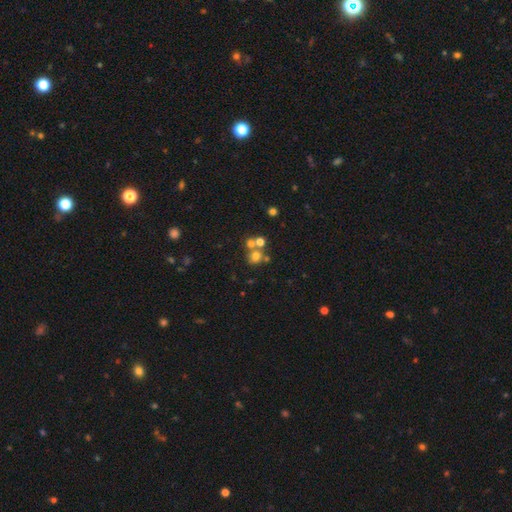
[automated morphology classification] A smooth galaxy with no disk features (62%) that is round (78%). Merging: none (46%).